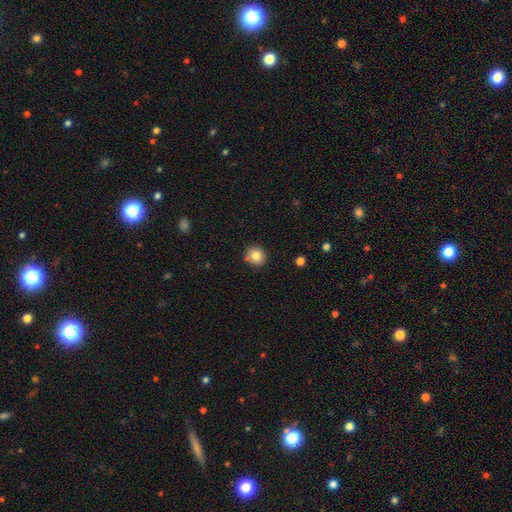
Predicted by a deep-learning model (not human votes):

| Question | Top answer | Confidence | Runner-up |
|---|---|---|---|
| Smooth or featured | smooth | 81% | star or artifact (11%) |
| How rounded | round | 87% | in between (12%) |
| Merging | none | 84% | minor disturbance (10%) |